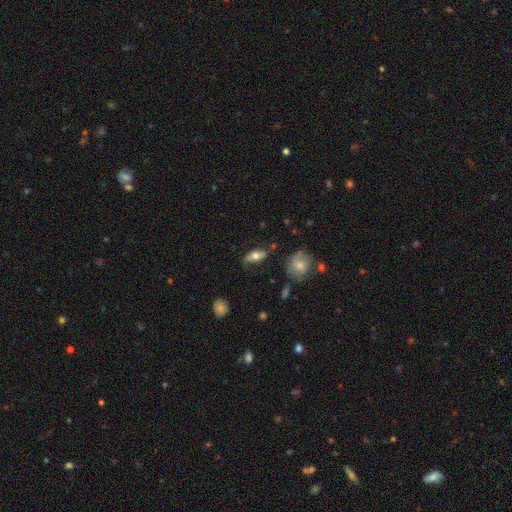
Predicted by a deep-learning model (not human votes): A smooth galaxy with no disk features (57%) that is in between round and cigar-shaped (77%).

Vote fractions:
- Smooth or featured? smooth: 57% / featured or disk: 35% / star or artifact: 8%
- How rounded? in between: 77% / cigar-shaped: 17% / round: 6%
- Merging? none: 63% / minor disturbance: 25% / major disturbance: 8% / merger: 4%